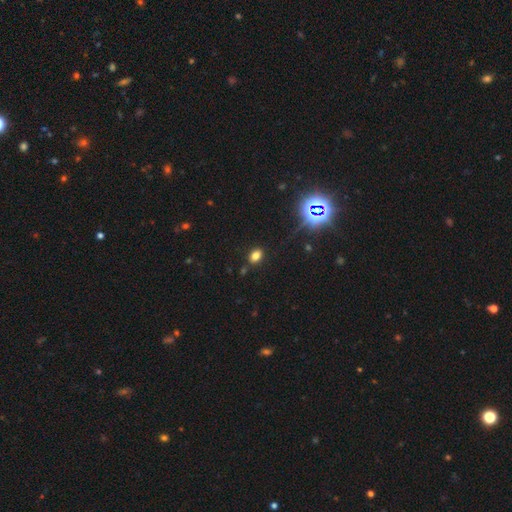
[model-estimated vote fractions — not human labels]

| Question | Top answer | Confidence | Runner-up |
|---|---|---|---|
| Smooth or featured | smooth | 74% | star or artifact (19%) |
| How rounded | in between | 75% | round (23%) |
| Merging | none | 84% | minor disturbance (10%) |